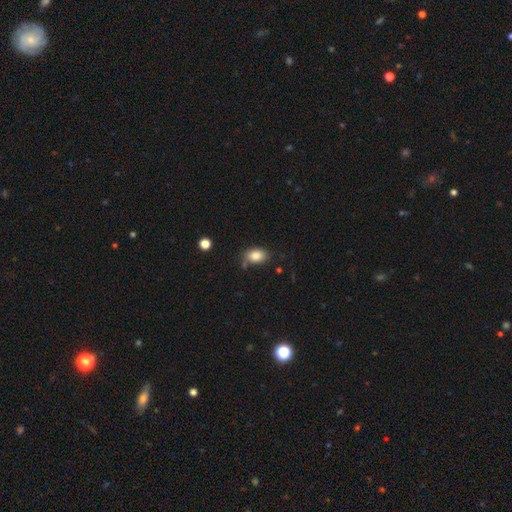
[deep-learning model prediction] Q: Smooth or featured?
A: smooth (85%); runner-up: star or artifact (9%)
Q: How rounded?
A: in between (84%); runner-up: round (14%)
Q: Merging?
A: none (71%); runner-up: minor disturbance (18%)